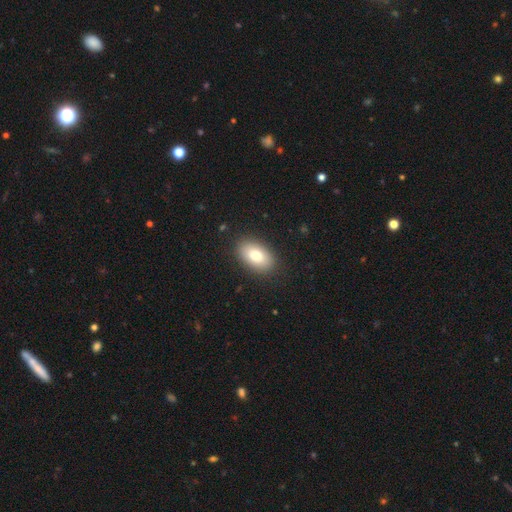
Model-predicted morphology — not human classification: smooth-or-featured: smooth: 79% | featured or disk: 14% | star or artifact: 8%
  how-rounded: in between: 91% | round: 8% | cigar-shaped: 1%
  merging: none: 87% | minor disturbance: 9% | major disturbance: 3% | merger: 1%